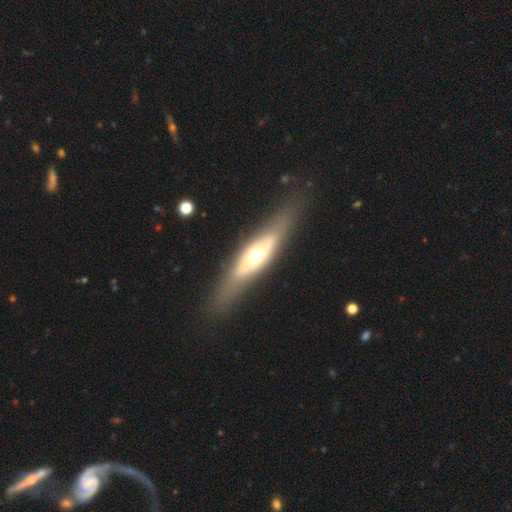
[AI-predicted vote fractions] Morphology: type=featured or disk (56%); edge-on=yes (69%); merging=none (80%).